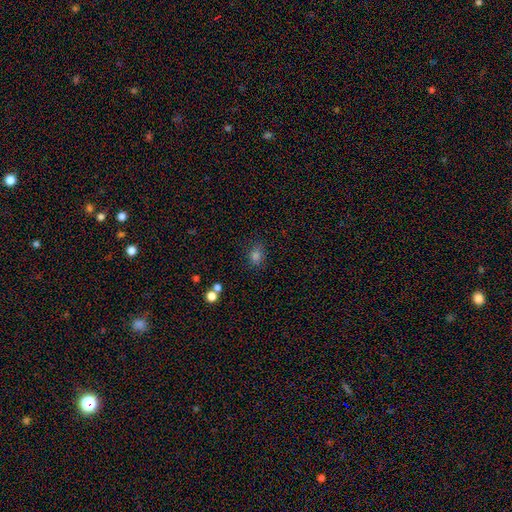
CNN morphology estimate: type=smooth (79%); roundness=round (55%); merging=none (79%).